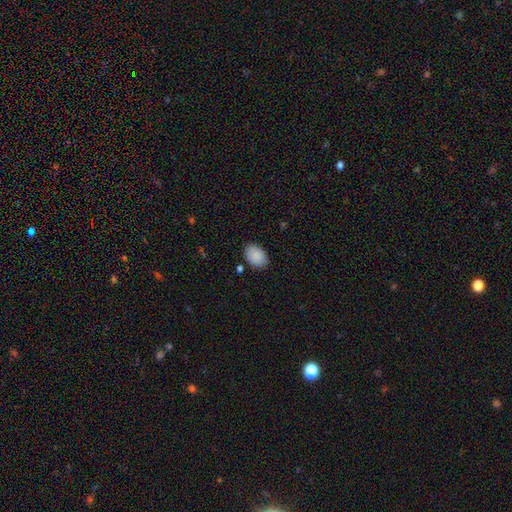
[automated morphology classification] A smooth galaxy with no disk features (89%) that is in between round and cigar-shaped (84%).

Vote fractions:
- Smooth or featured? smooth: 89% / star or artifact: 6% / featured or disk: 4%
- How rounded? in between: 84% / round: 15% / cigar-shaped: 1%
- Merging? none: 86% / minor disturbance: 10% / major disturbance: 2% / merger: 2%